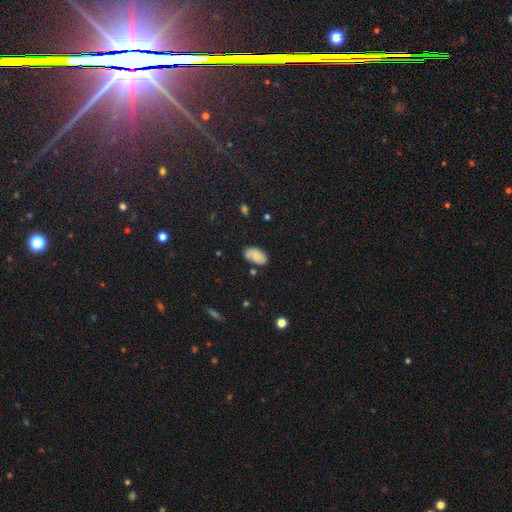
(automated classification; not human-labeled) Smooth or featured: smooth — 73% (featured or disk — 17%)
How rounded: in between — 94% (round — 4%)
Merging: none — 72% (minor disturbance — 19%)